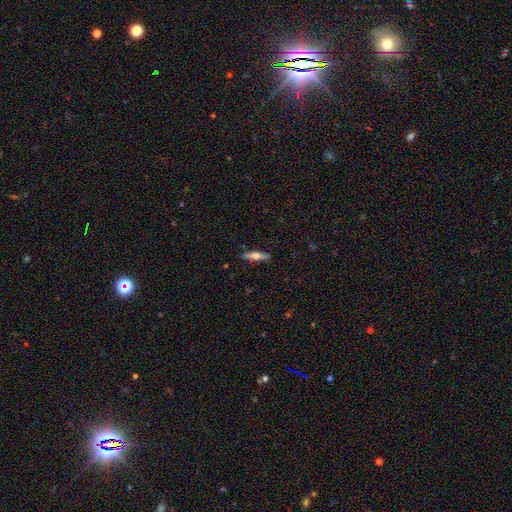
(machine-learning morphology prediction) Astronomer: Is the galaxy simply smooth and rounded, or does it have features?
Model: smooth — 54% (runner-up: featured or disk, 40%).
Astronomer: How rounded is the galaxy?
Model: cigar-shaped — 76%.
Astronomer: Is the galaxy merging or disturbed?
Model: none — 88%.